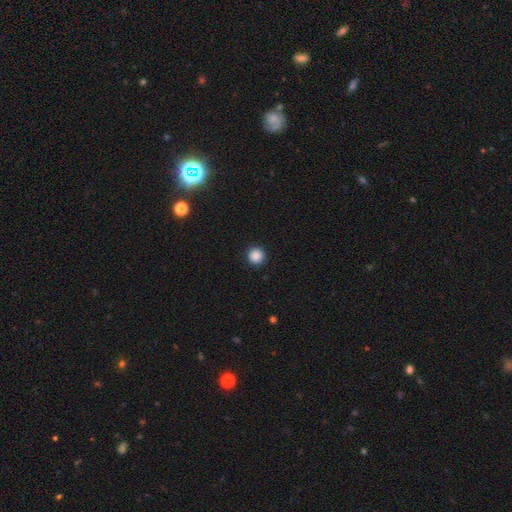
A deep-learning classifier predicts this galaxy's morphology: Smooth or featured? smooth (88%)
How rounded? round (96%)
Merging? none (93%)